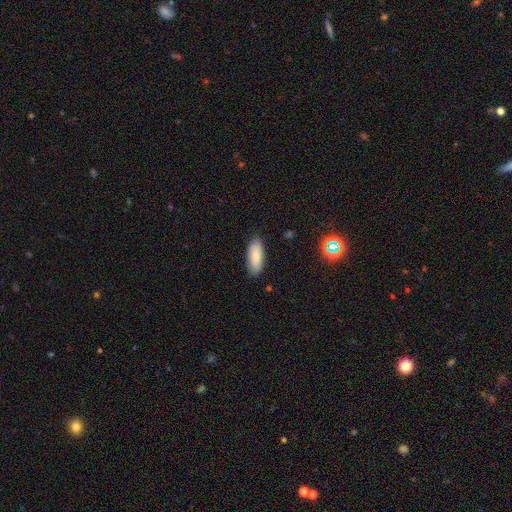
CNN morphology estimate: A smooth galaxy with no disk features (81%) that is in between round and cigar-shaped (79%).

Vote fractions:
- Smooth or featured? smooth: 81% / featured or disk: 12% / star or artifact: 7%
- How rounded? in between: 79% / cigar-shaped: 20% / round: 2%
- Merging? none: 84% / minor disturbance: 13% / major disturbance: 2% / merger: 1%